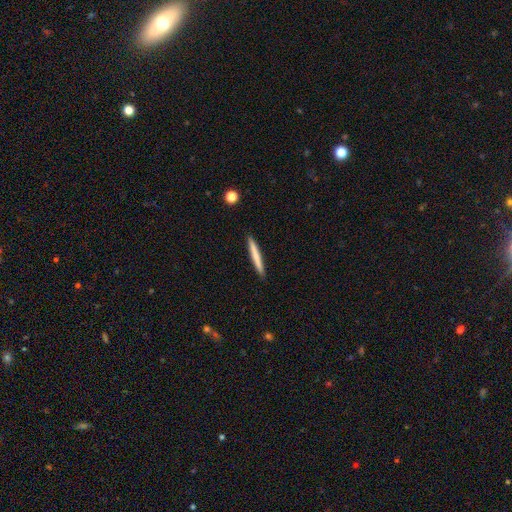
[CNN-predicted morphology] Smooth or featured? smooth (68%)
How rounded? cigar-shaped (97%)
Merging? none (91%)